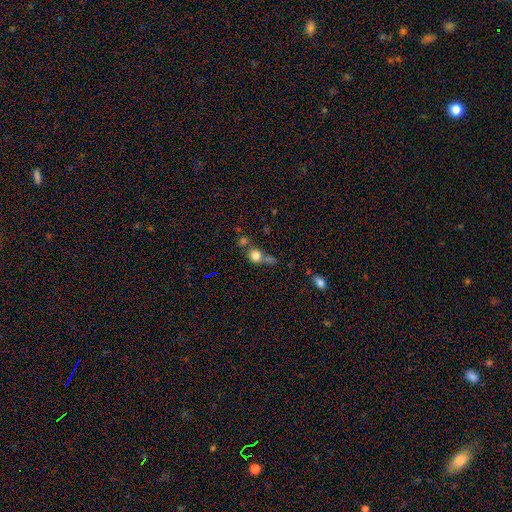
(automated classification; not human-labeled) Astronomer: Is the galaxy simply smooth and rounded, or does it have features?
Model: smooth — 75%.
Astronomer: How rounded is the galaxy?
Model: round — 83%.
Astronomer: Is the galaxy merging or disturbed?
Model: none — 43% (runner-up: merger, 35%).